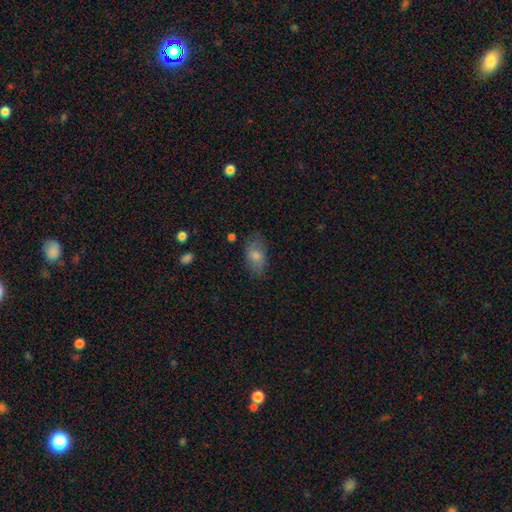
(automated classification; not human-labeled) smooth 69%, featured or disk 21%, star or artifact 10%. Down the decision tree: how rounded — in between (89%); merging — none (79%).